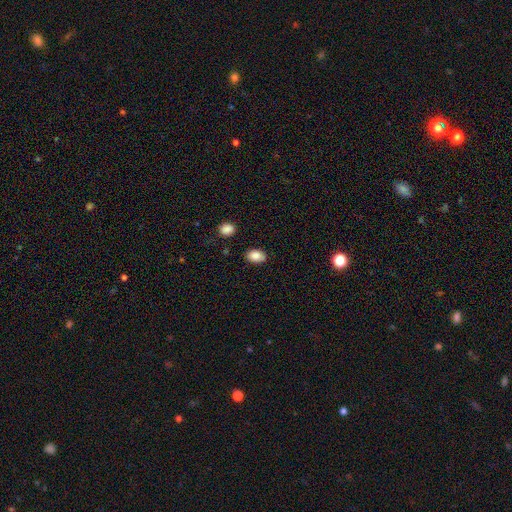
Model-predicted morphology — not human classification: smooth-or-featured: smooth: 86% | star or artifact: 8% | featured or disk: 5%
  how-rounded: in between: 85% | round: 14% | cigar-shaped: 1%
  merging: none: 84% | minor disturbance: 11% | major disturbance: 2% | merger: 2%